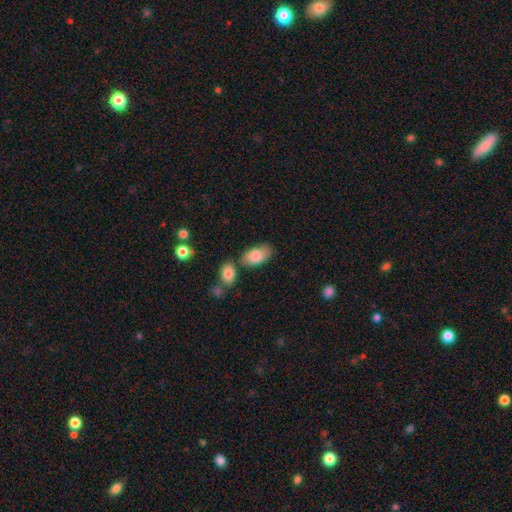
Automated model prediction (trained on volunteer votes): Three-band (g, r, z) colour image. It shows a smooth galaxy with no disk features (81%) that is in between round and cigar-shaped (94%). Merging: none (64%).